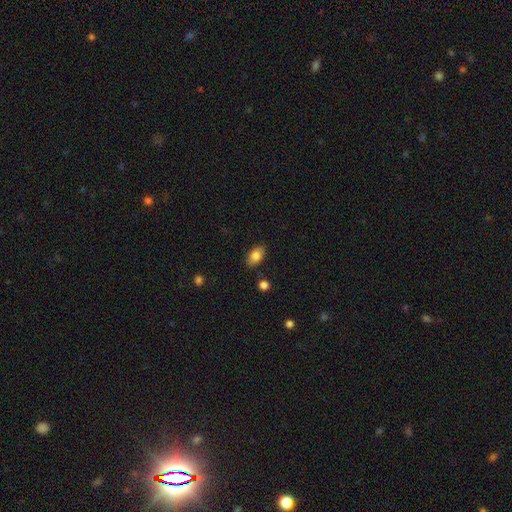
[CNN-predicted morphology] Overall: smooth (82%). How rounded: in between (89%). Merging: none (84%).